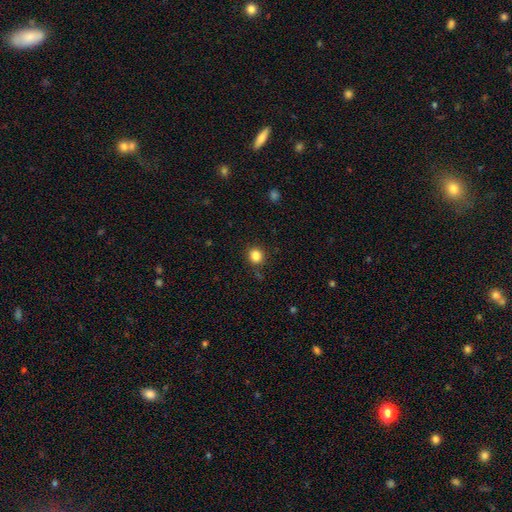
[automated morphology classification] Smooth or featured? smooth (84%)
How rounded? round (86%)
Merging? none (86%)